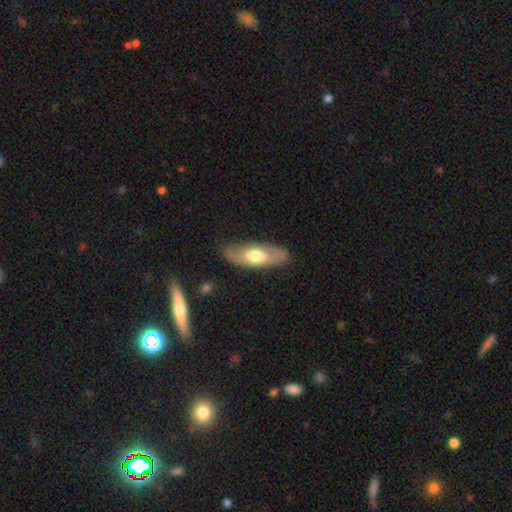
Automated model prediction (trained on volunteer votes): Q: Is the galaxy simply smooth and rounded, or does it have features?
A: smooth — 53%.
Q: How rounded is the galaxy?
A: in between — 72%.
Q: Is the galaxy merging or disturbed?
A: none — 82%.